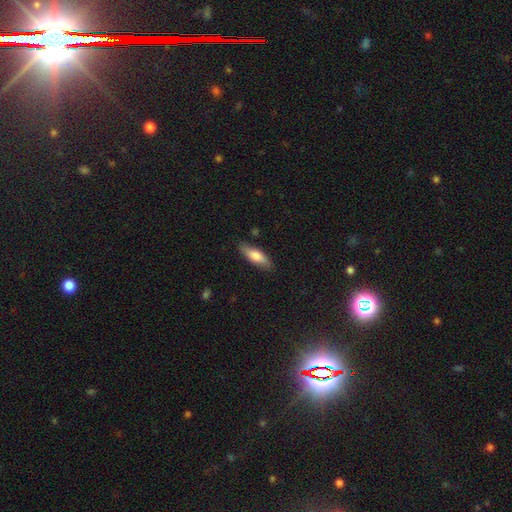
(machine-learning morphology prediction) A smooth galaxy with no disk features (72%) that is in between round and cigar-shaped (51%).

Vote fractions:
- Smooth or featured? smooth: 72% / featured or disk: 23% / star or artifact: 6%
- How rounded? in between: 51% / cigar-shaped: 47% / round: 2%
- Merging? none: 83% / minor disturbance: 13% / major disturbance: 2% / merger: 1%